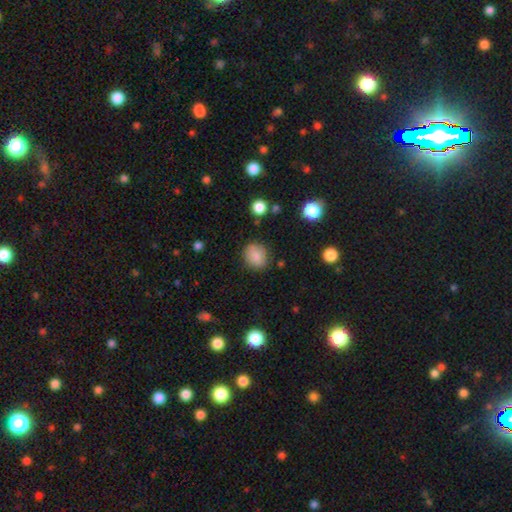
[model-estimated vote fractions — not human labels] Morphology: type=smooth (83%); roundness=round (66%); merging=none (83%).